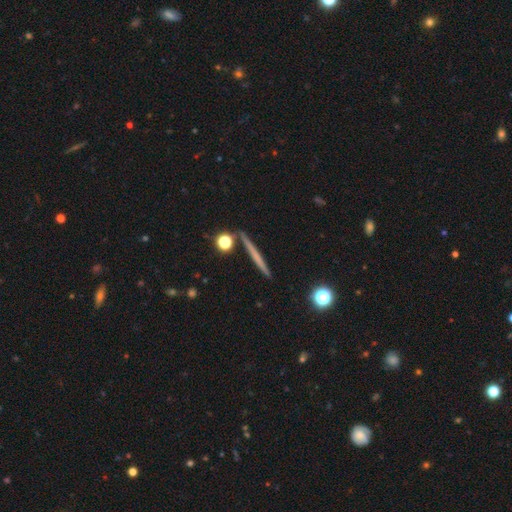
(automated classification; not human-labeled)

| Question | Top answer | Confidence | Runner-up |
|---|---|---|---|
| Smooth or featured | featured or disk | 47% | smooth (45%) |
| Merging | none | 89% | minor disturbance (6%) |